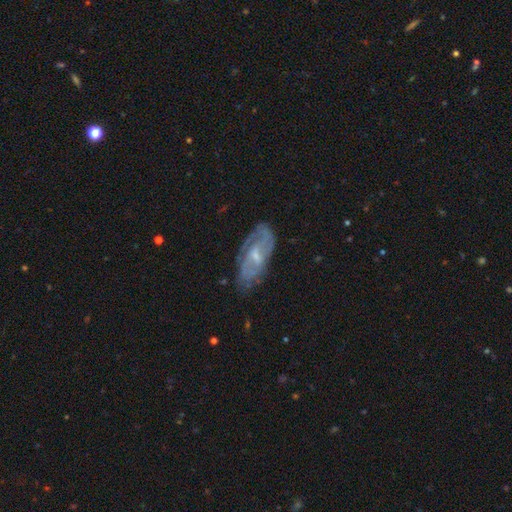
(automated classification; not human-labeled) A featured or disk galaxy (72%) with a weak bar (51%), tight (46%) spiral arms (80%) and a small central bulge (49%). Merging: none (67%).